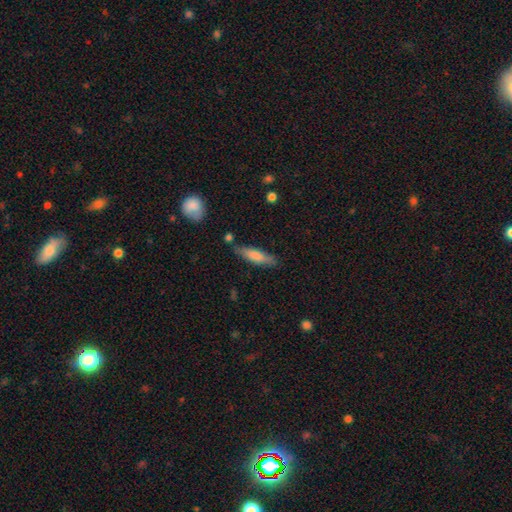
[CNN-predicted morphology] smooth_or_featured: smooth (p=0.72) [alt: featured or disk p=0.22]
how_rounded: cigar-shaped (p=0.67) [alt: in between p=0.31]
merging: none (p=0.76) [alt: minor disturbance p=0.16]